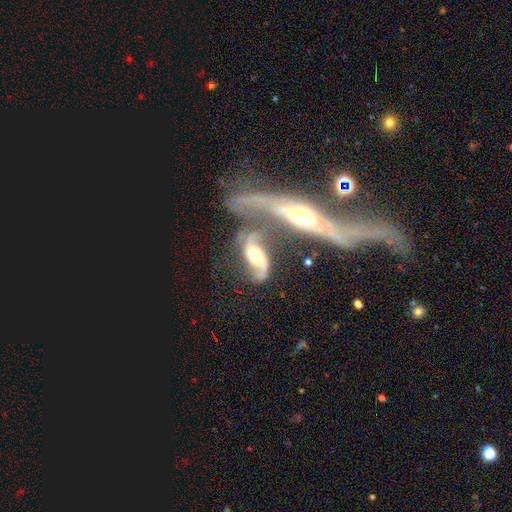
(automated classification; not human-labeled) A featured or disk galaxy (80%) with no bar (47%), 2 (89%) loose (63%) spiral arms (94%) and a moderate central bulge (60%). Merging: merger (52%).